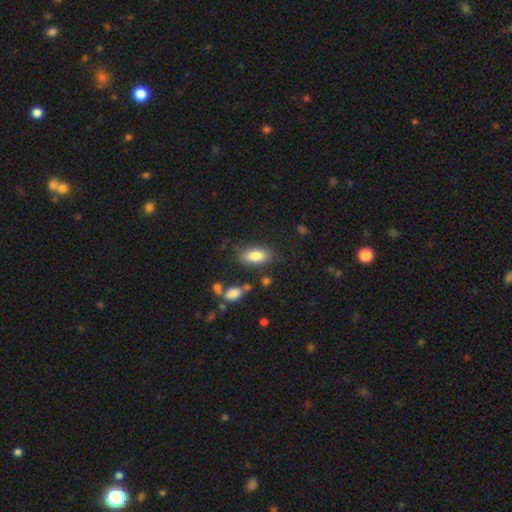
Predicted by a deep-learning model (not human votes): This is clearly a smooth galaxy (81%). How rounded: clearly in between (86%). Merging: likely none (76%).